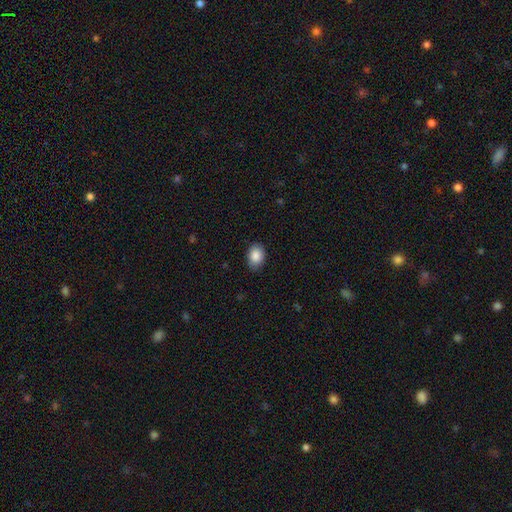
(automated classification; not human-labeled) Smooth or featured: smooth — 88% (star or artifact — 8%)
How rounded: in between — 72% (round — 27%)
Merging: none — 86% (minor disturbance — 11%)